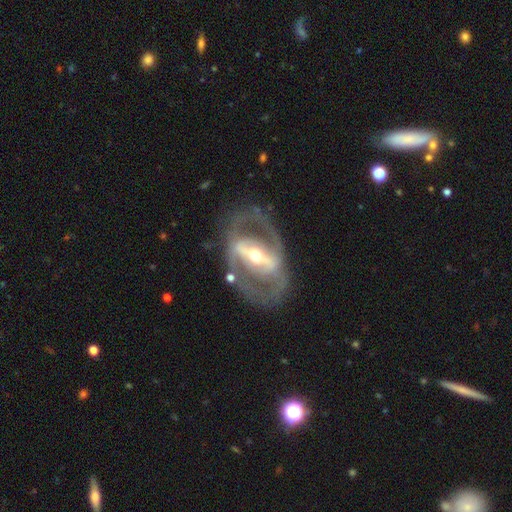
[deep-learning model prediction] Overall: featured or disk (85%). Edge-on disk: no (90%). Bar: strong (73%). Spiral arms: yes (59%; no 41%). Bulge size: moderate (58%; small 33%). Merging: none (67%).